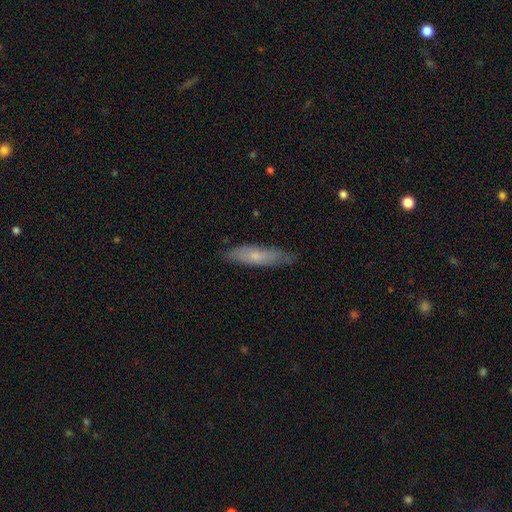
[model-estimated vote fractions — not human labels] smooth_or_featured: smooth (p=0.60) [alt: featured or disk p=0.34]
how_rounded: cigar-shaped (p=0.75) [alt: in between p=0.23]
merging: none (p=0.77) [alt: minor disturbance p=0.19]